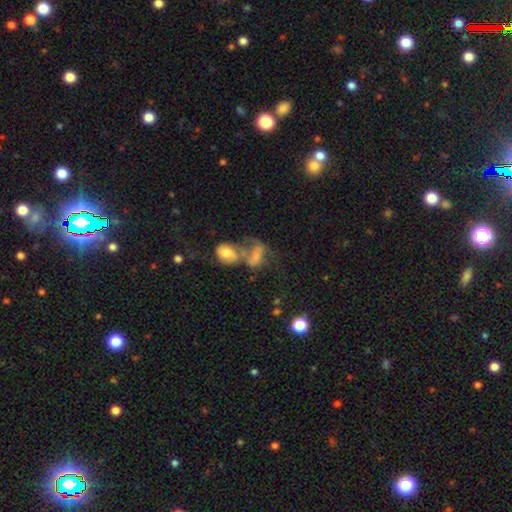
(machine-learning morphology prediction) The model was most divided on "smooth or featured": smooth: 51%, featured or disk: 36%, star or artifact: 13%. More confident: how rounded — in between (79%); merging — merger (65%).